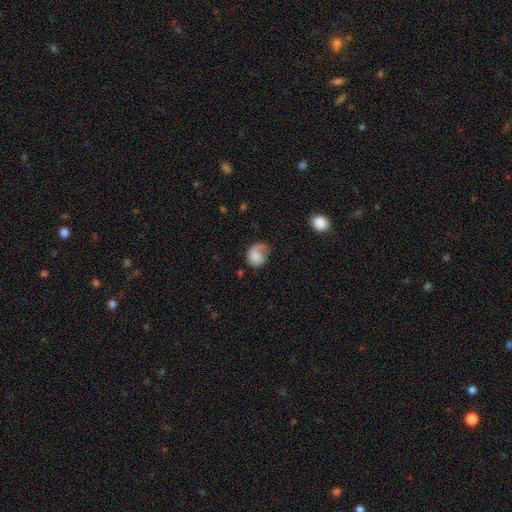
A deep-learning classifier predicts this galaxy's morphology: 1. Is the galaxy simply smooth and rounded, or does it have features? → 63% smooth, 30% featured or disk, 7% star or artifact.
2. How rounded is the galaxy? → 59% round, 40% in between, 1% cigar-shaped.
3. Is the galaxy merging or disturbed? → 38% none, 32% major disturbance, 27% minor disturbance, 3% merger.